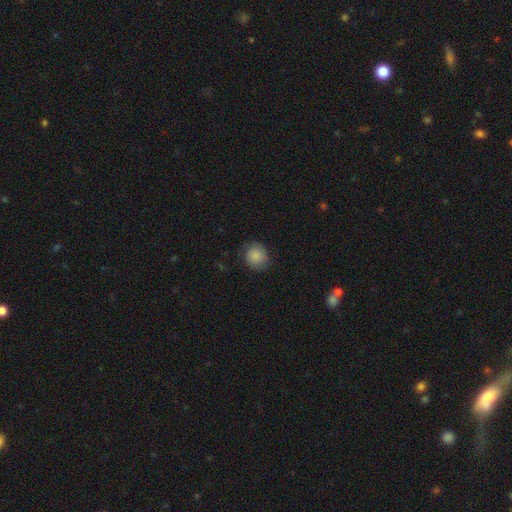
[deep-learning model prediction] Q: Smooth or featured?
A: smooth (85%); runner-up: star or artifact (8%)
Q: How rounded?
A: round (86%); runner-up: in between (13%)
Q: Merging?
A: none (78%); runner-up: minor disturbance (17%)